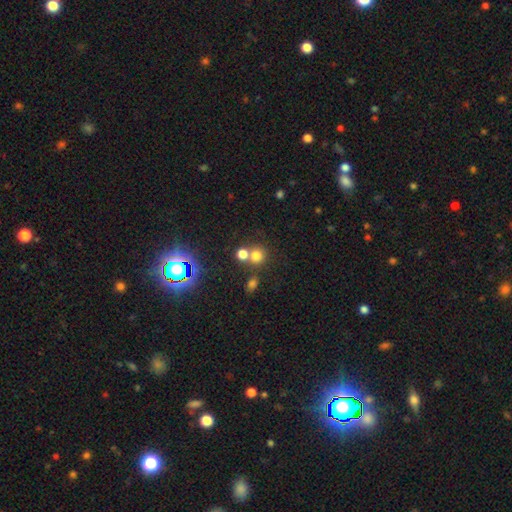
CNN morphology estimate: Smooth or featured? smooth (70%)
How rounded? round (86%)
Merging? none (56%)